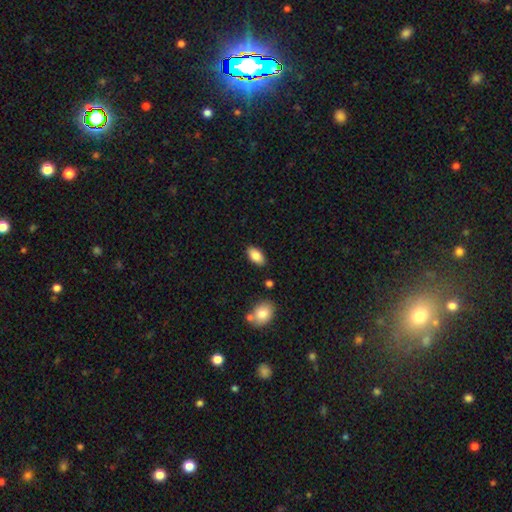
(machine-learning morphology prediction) Smooth or featured? Predicted: smooth (p=0.84). How rounded? Predicted: in between (p=0.93). Merging? Predicted: none (p=0.86).